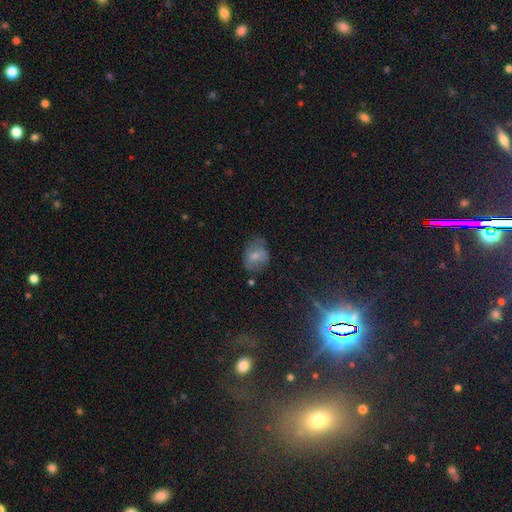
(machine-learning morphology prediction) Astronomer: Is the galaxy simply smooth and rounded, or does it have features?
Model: smooth — 65%.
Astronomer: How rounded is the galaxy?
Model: in between — 57% (runner-up: round, 41%).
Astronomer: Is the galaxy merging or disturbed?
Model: none — 57%.